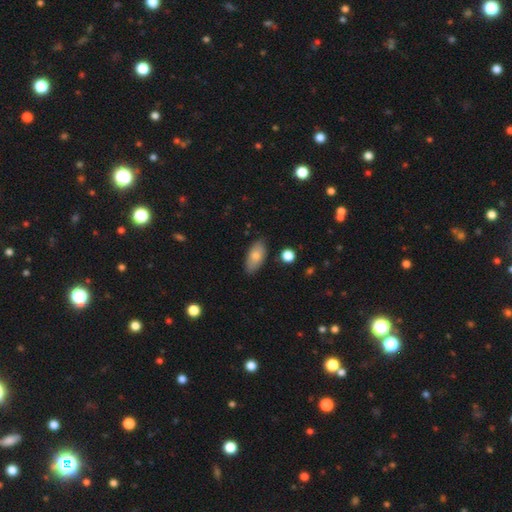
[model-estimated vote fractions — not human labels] This is likely a smooth galaxy (76%). How rounded: clearly in between (89%). Merging: likely none (80%).